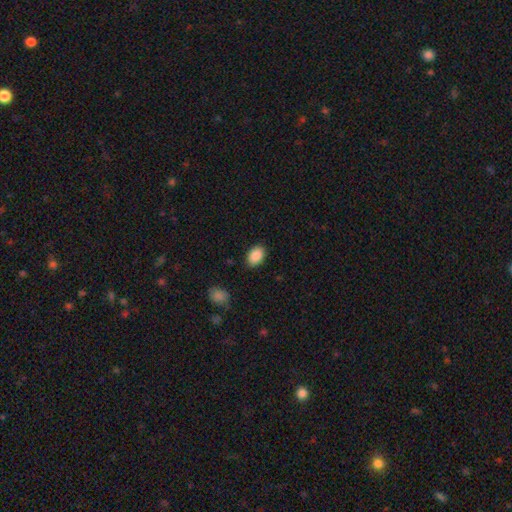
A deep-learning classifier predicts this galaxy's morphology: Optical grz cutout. It shows a smooth galaxy with no disk features (89%) that is in between round and cigar-shaped (84%). Merging: none (87%).